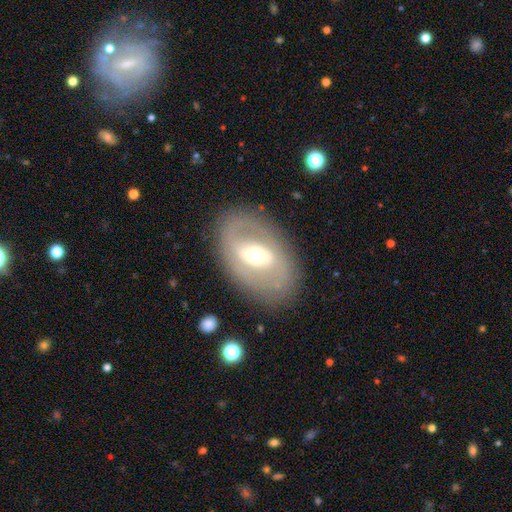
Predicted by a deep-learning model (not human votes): smooth_or_featured: featured or disk (p=0.67) [alt: smooth p=0.26]
disk_edge_on: no (p=0.91) [alt: yes p=0.09]
bar: weak (p=0.37) [alt: strong p=0.36]
has_spiral_arms: no (p=0.64) [alt: yes p=0.36]
bulge_size: moderate (p=0.62) [alt: small p=0.25]
merging: none (p=0.81) [alt: minor disturbance p=0.11]